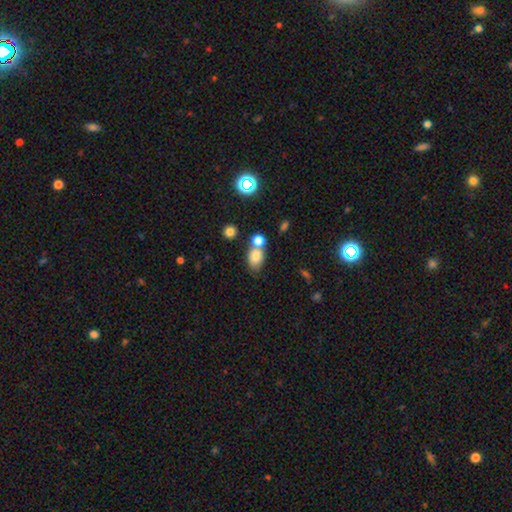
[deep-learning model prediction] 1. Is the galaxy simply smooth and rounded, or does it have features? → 78% smooth, 12% star or artifact, 10% featured or disk.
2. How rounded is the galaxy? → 71% in between, 27% round, 2% cigar-shaped.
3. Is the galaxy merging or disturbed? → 44% none, 36% merger, 14% minor disturbance, 5% major disturbance.